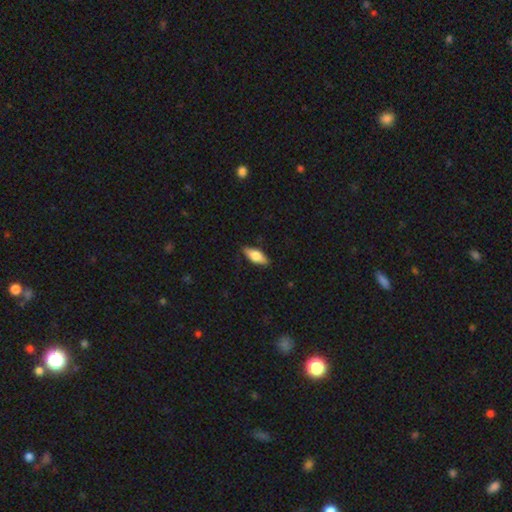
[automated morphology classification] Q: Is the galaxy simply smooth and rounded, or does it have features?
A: smooth — 64%.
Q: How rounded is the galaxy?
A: in between — 71%.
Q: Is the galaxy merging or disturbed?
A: none — 85%.